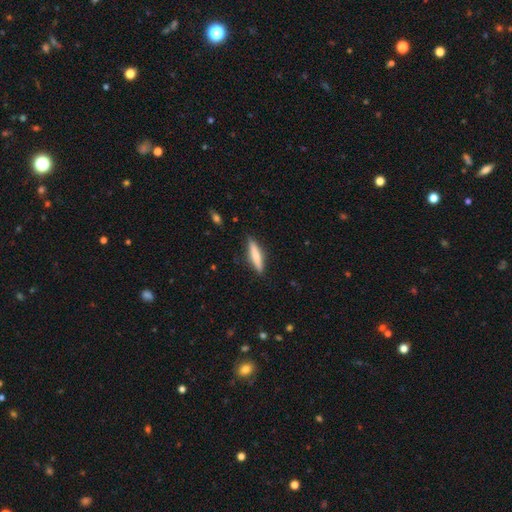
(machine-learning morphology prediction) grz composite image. It shows a smooth galaxy with no disk features (68%) that is cigar-shaped (84%). Merging: none (88%).